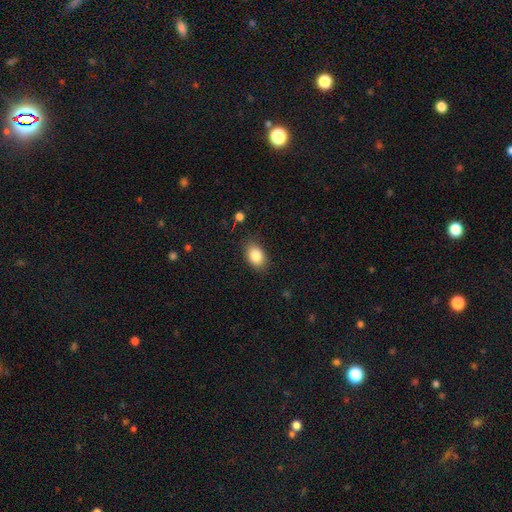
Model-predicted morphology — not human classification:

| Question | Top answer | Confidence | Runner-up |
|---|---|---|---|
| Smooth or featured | smooth | 85% | star or artifact (8%) |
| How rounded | in between | 83% | round (16%) |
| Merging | none | 84% | minor disturbance (12%) |